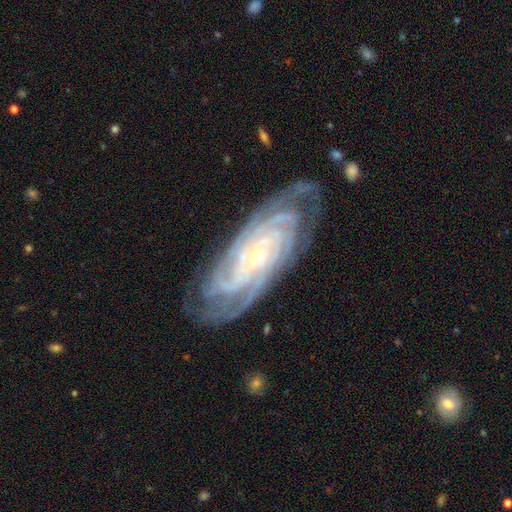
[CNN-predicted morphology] Smooth or featured?
  - featured or disk: 90% *
  - star or artifact: 5%
  - smooth: 4%
Edge-on disk?
  - no: 94% *
  - yes: 6%
Bar?
  - no: 66% *
  - weak: 22%
  - strong: 12%
Spiral arms?
  - yes: 98% *
  - no: 2%
Spiral winding?
  - tight: 77% *
  - medium: 20%
  - loose: 3%
Spiral arm count?
  - 4: 34% *
  - 3: 17%
  - can't tell: 17%
  - more than 4: 16%
  - 2: 10%
  - 1: 6%
Bulge size?
  - small: 81% *
  - moderate: 15%
  - none: 1%
  - large: 1%
  - dominant: 1%
Merging?
  - none: 78% *
  - minor disturbance: 16%
  - major disturbance: 5%
  - merger: 1%